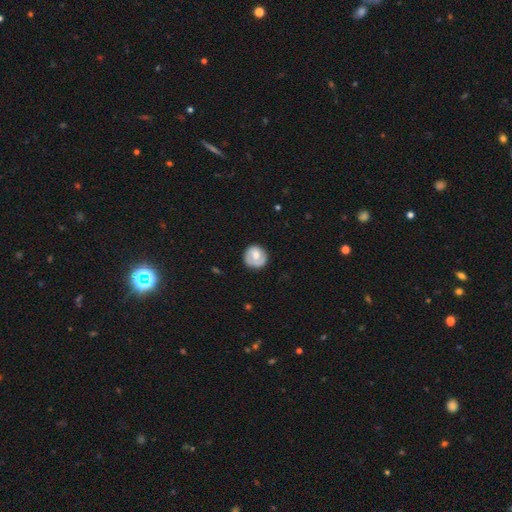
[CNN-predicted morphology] This appears to be a smooth galaxy with no disk features (55%) that is round (89%). Merging: none (77%).